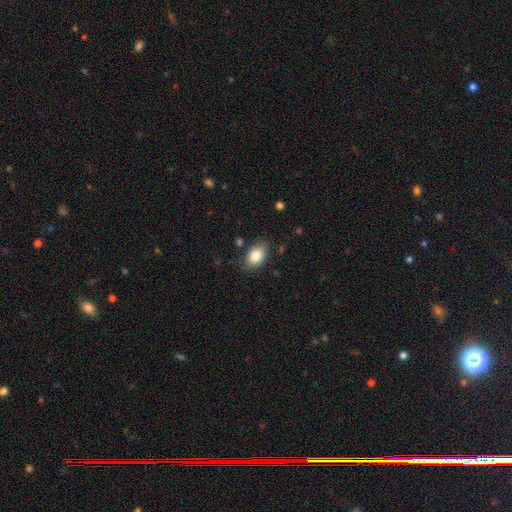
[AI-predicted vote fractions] Smooth or featured?
  - smooth: 85% *
  - star or artifact: 7%
  - featured or disk: 7%
How rounded?
  - in between: 86% *
  - round: 13%
  - cigar-shaped: 1%
Merging?
  - none: 81% *
  - minor disturbance: 13%
  - major disturbance: 3%
  - merger: 2%